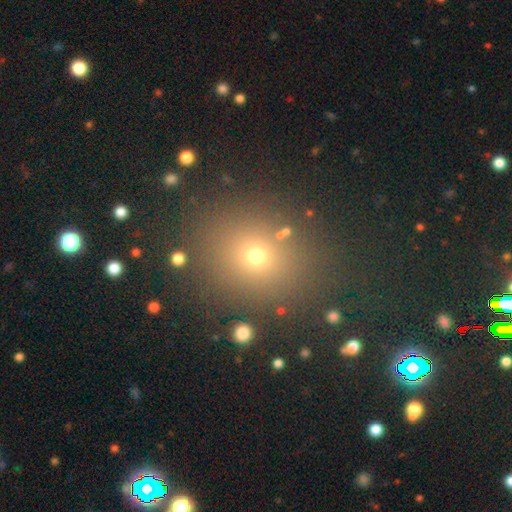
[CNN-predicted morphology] Q: Smooth or featured?
A: smooth (63%); runner-up: star or artifact (28%)
Q: How rounded?
A: round (69%); runner-up: in between (30%)
Q: Merging?
A: none (84%); runner-up: minor disturbance (9%)